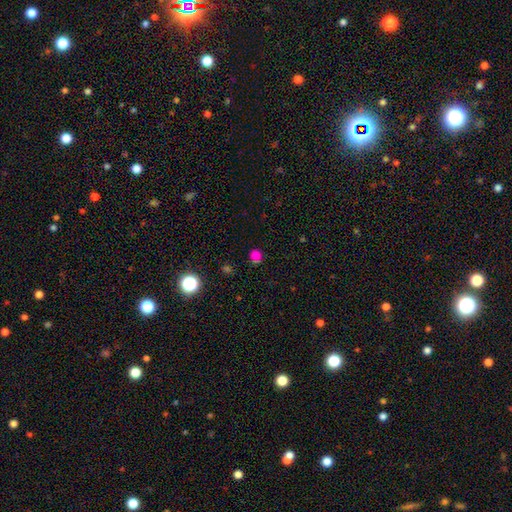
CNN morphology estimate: smooth-or-featured: smooth: 68% | star or artifact: 26% | featured or disk: 6%
  how-rounded: round: 84% | in between: 15% | cigar-shaped: 1%
  merging: none: 72% | minor disturbance: 14% | merger: 10% | major disturbance: 5%